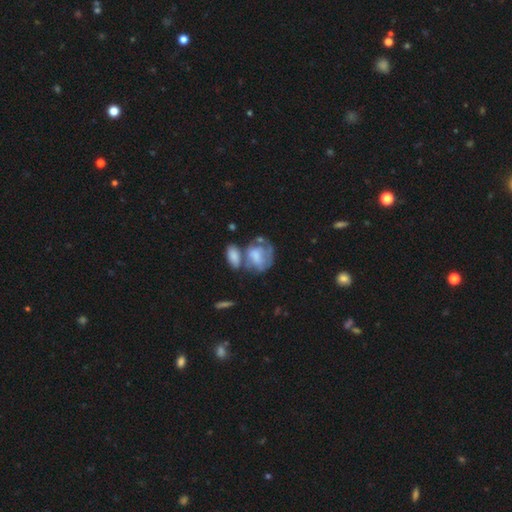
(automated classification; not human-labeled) smooth_or_featured: featured or disk (p=0.53) [alt: smooth p=0.36]
disk_edge_on: no (p=0.95) [alt: yes p=0.05]
merging: merger (p=0.39) [alt: none p=0.33]